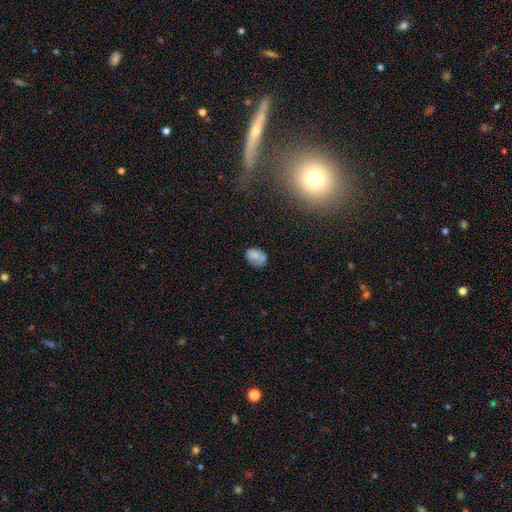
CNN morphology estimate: Smooth or featured? smooth (72%)
How rounded? in between (76%)
Merging? none (60%)